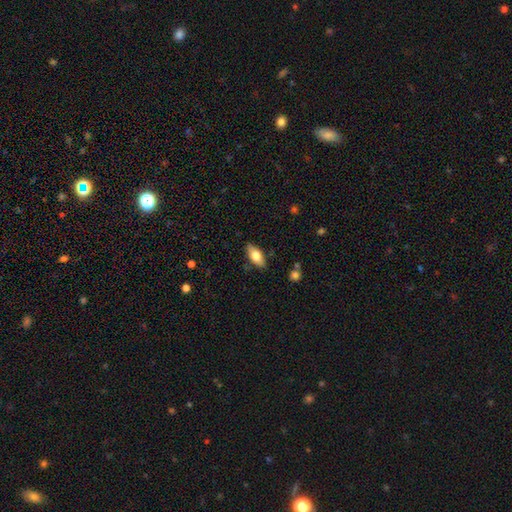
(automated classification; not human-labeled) A smooth galaxy with no disk features (71%) that is in between round and cigar-shaped (84%).

Vote fractions:
- Smooth or featured? smooth: 71% / featured or disk: 23% / star or artifact: 6%
- How rounded? in between: 84% / cigar-shaped: 13% / round: 3%
- Merging? none: 84% / minor disturbance: 12% / major disturbance: 2% / merger: 2%